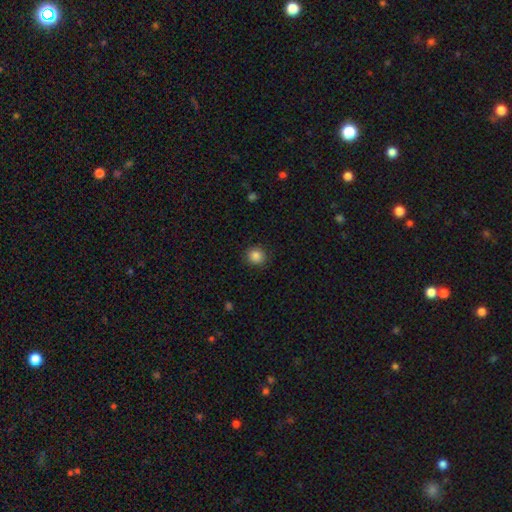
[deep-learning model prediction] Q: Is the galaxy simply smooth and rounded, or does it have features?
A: smooth — 86%.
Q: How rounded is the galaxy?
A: round — 89%.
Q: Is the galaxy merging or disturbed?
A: none — 90%.